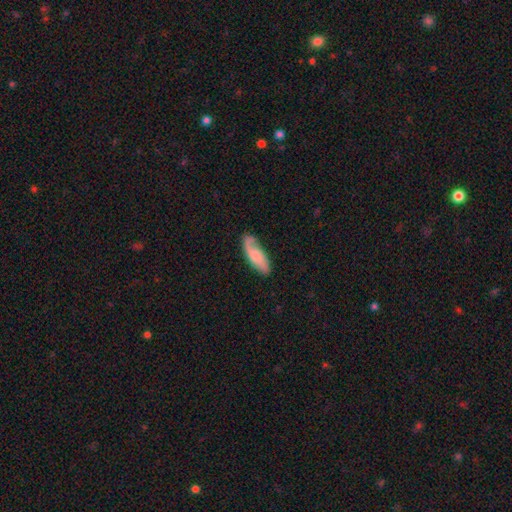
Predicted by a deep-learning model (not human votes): Overall: smooth (55%; featured or disk 39%). How rounded: in between (67%; cigar-shaped 31%). Merging: none (64%).